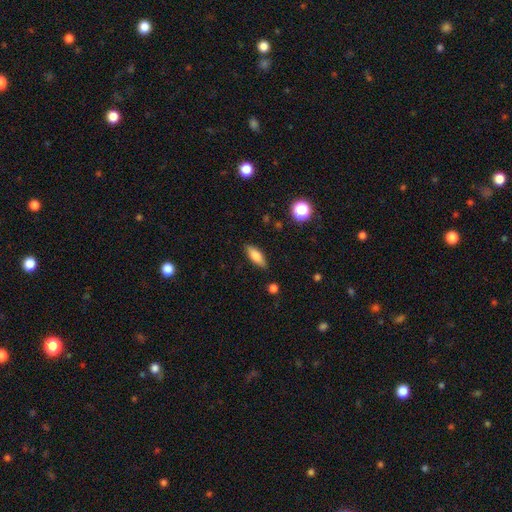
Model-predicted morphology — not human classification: smooth_or_featured: smooth (p=0.79) [alt: featured or disk p=0.14]
how_rounded: in between (p=0.71) [alt: cigar-shaped p=0.26]
merging: none (p=0.86) [alt: minor disturbance p=0.10]